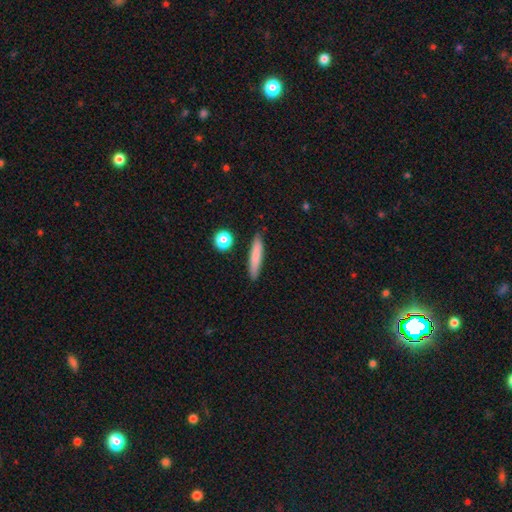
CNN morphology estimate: The model was most divided on "smooth or featured": smooth: 78%, featured or disk: 16%, star or artifact: 7%. More confident: how rounded — cigar-shaped (89%); merging — none (88%).